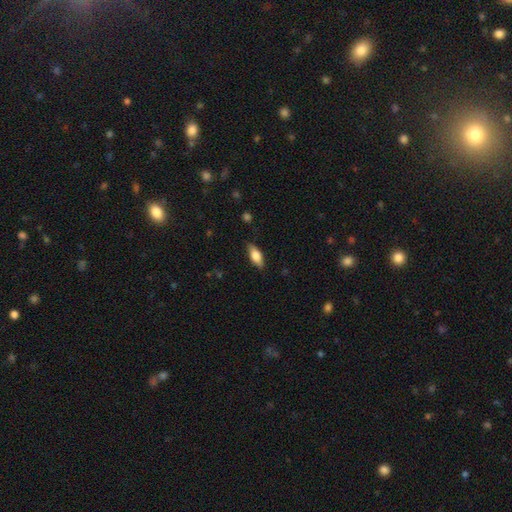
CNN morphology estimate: type=smooth (72%); roundness=in between (79%); merging=none (85%).